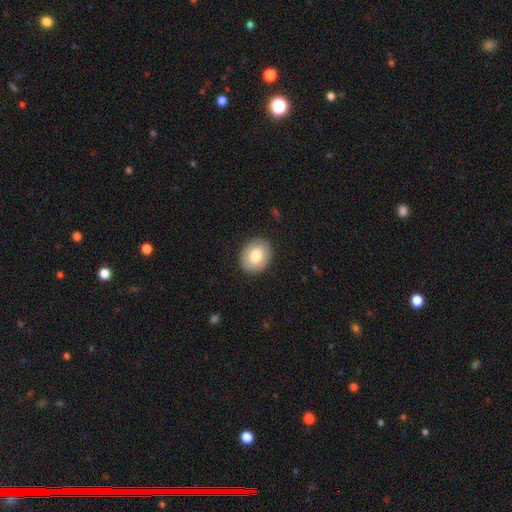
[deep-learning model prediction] smooth-or-featured: smooth: 78% | featured or disk: 15% | star or artifact: 7%
  how-rounded: in between: 58% | round: 42% | cigar-shaped: 1%
  merging: none: 89% | minor disturbance: 8% | major disturbance: 2% | merger: 1%